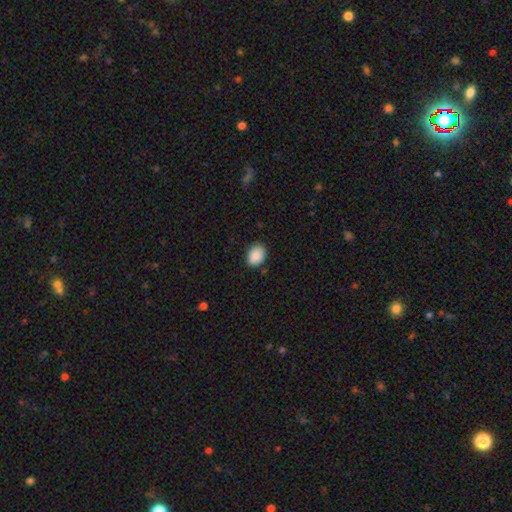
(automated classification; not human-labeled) A smooth galaxy with no disk features (89%) that is in between round and cigar-shaped (69%).

Vote fractions:
- Smooth or featured? smooth: 89% / star or artifact: 8% / featured or disk: 3%
- How rounded? in between: 69% / round: 30% / cigar-shaped: 1%
- Merging? none: 81% / minor disturbance: 15% / major disturbance: 3% / merger: 2%